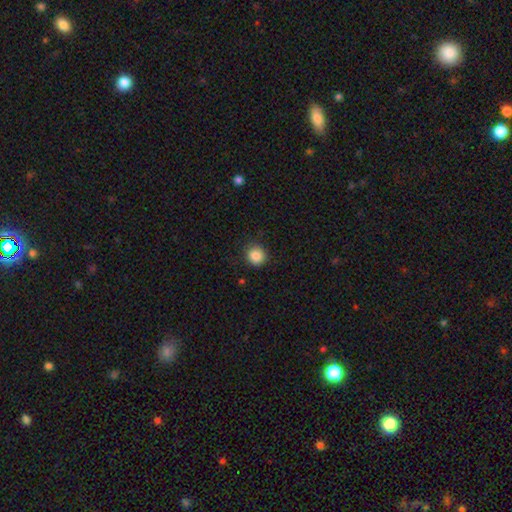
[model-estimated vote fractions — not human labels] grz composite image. It shows a smooth galaxy with no disk features (87%) that is round (87%). Merging: none (87%).